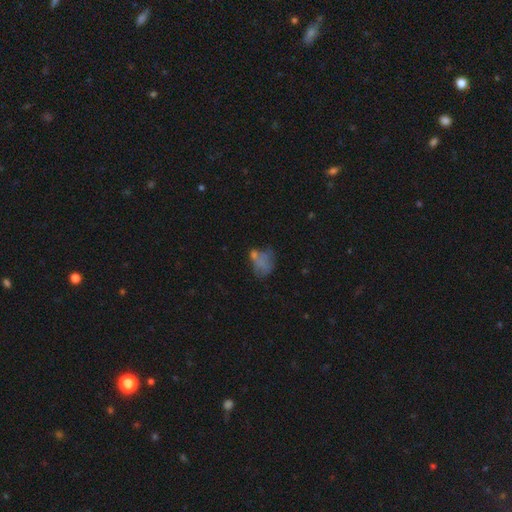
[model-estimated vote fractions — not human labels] smooth-or-featured: smooth: 50% | featured or disk: 30% | star or artifact: 21%
  merging: none: 38% | major disturbance: 23% | minor disturbance: 22% | merger: 17%